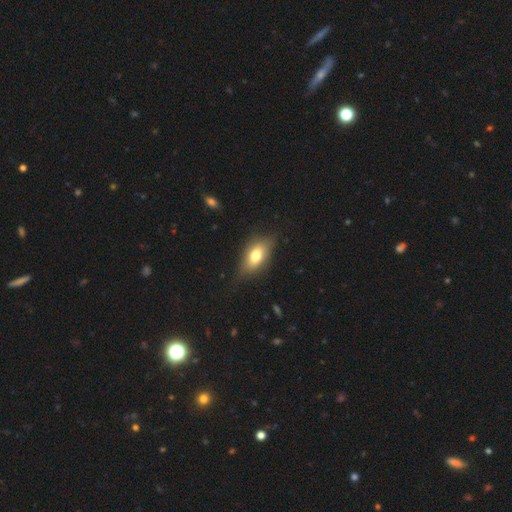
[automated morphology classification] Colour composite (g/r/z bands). It shows a smooth galaxy with no disk features (71%) that is in between round and cigar-shaped (86%). Merging: none (74%).